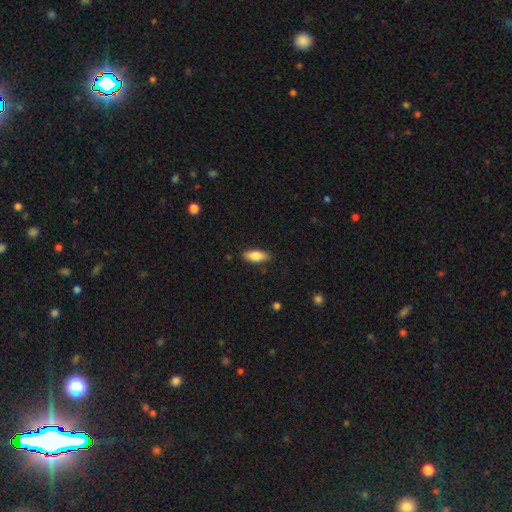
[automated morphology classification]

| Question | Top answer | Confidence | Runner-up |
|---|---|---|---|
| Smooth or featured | smooth | 80% | featured or disk (13%) |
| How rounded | in between | 78% | cigar-shaped (20%) |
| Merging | none | 84% | minor disturbance (12%) |